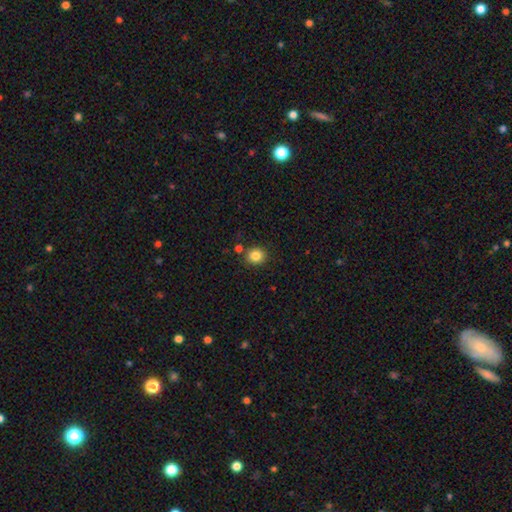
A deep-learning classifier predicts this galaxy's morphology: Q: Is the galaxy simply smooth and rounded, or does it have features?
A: smooth — 84%.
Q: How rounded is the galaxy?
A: round — 83%.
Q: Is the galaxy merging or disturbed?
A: none — 84%.